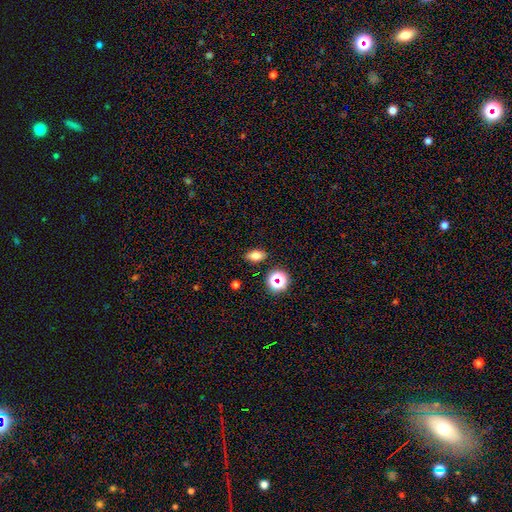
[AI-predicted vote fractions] Overall: smooth (75%). How rounded: in between (81%). Merging: none (86%).